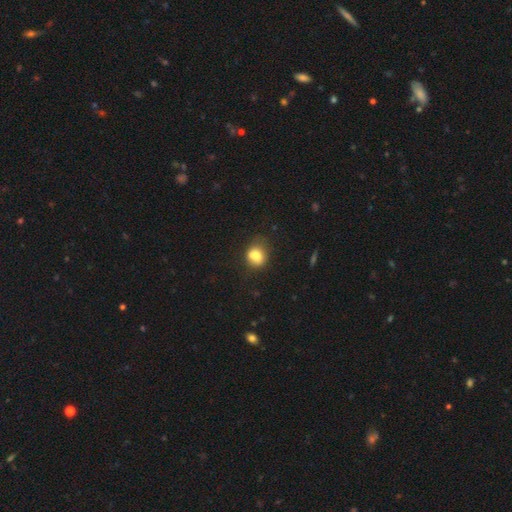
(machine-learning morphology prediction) Q: Smooth or featured?
A: smooth (78%); runner-up: featured or disk (12%)
Q: How rounded?
A: round (60%); runner-up: in between (39%)
Q: Merging?
A: none (58%); runner-up: minor disturbance (24%)